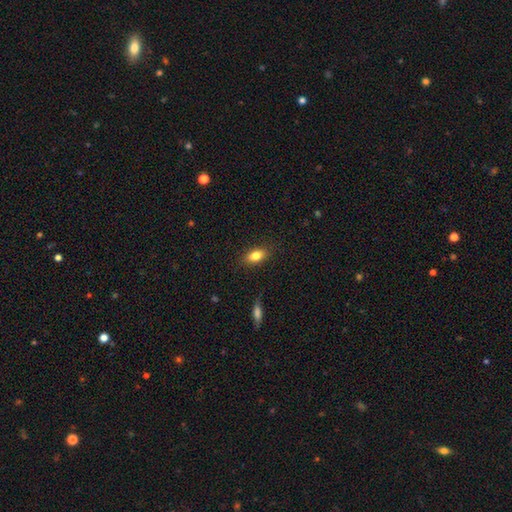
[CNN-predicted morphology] smooth 81%, featured or disk 11%, star or artifact 8%. Down the decision tree: how rounded — in between (86%); merging — none (85%).